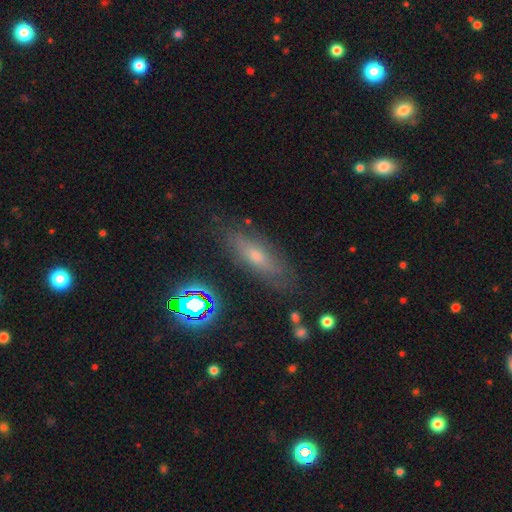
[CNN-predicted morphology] type=smooth (40%); merging=none (80%).